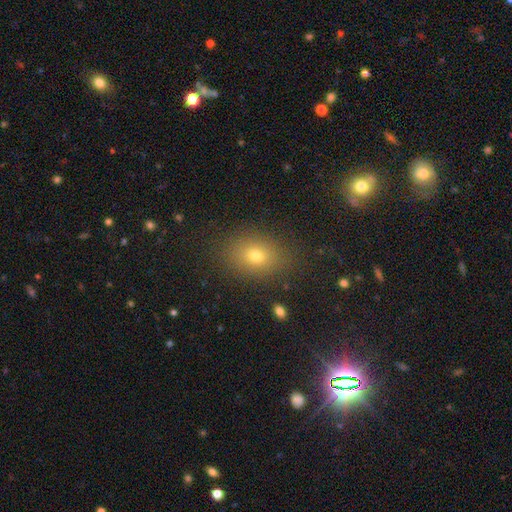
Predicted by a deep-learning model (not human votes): Q: Smooth or featured?
A: smooth (71%); runner-up: star or artifact (16%)
Q: How rounded?
A: in between (62%); runner-up: round (37%)
Q: Merging?
A: none (84%); runner-up: minor disturbance (10%)